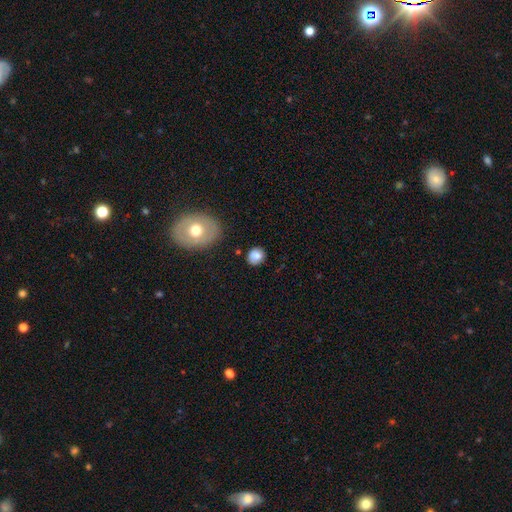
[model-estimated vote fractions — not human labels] Morphology: type=smooth (83%); roundness=round (67%); merging=none (79%).